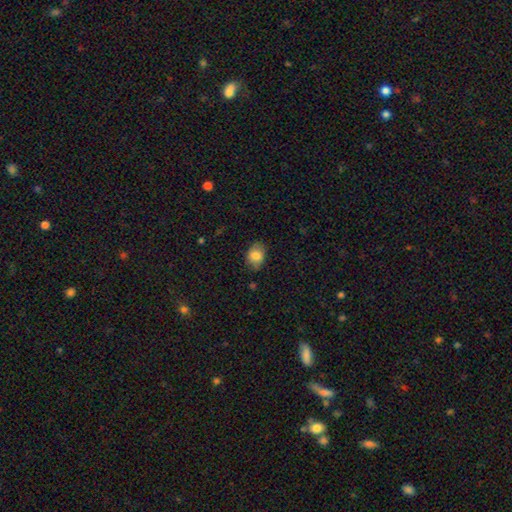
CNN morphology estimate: Smooth or featured? smooth (81%)
How rounded? in between (73%)
Merging? none (76%)